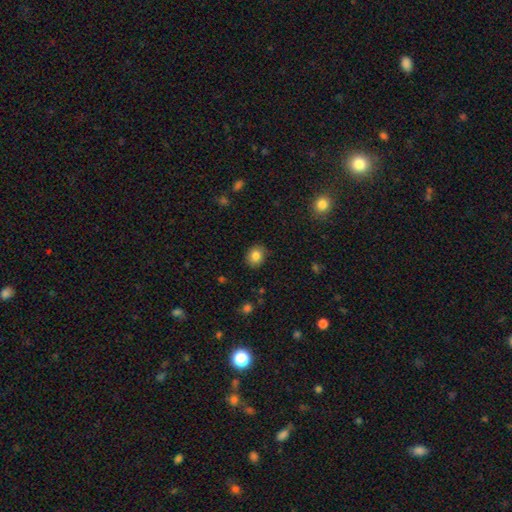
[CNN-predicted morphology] Q: Smooth or featured?
A: smooth (84%); runner-up: star or artifact (10%)
Q: How rounded?
A: round (65%); runner-up: in between (34%)
Q: Merging?
A: none (87%); runner-up: minor disturbance (9%)